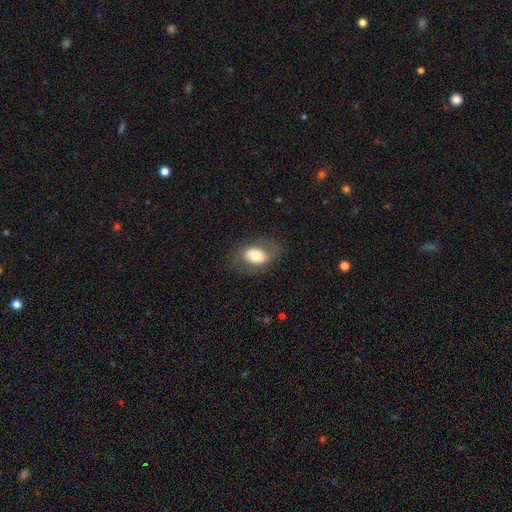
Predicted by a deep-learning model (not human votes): This appears to be a smooth galaxy with no disk features (67%) that is in between round and cigar-shaped (80%). Merging: none (72%).